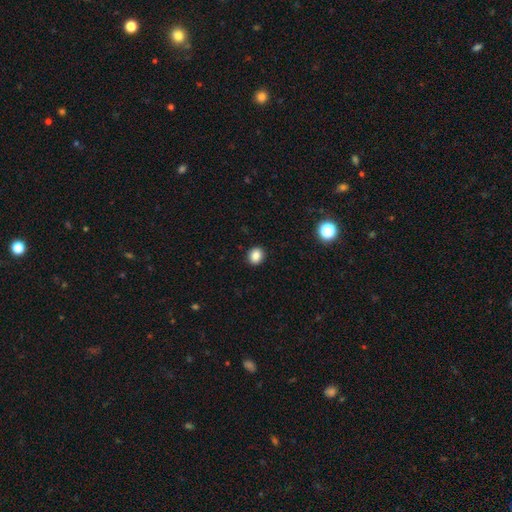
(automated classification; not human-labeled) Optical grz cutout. It shows a smooth galaxy with no disk features (85%) that is round (70%). Merging: none (92%).